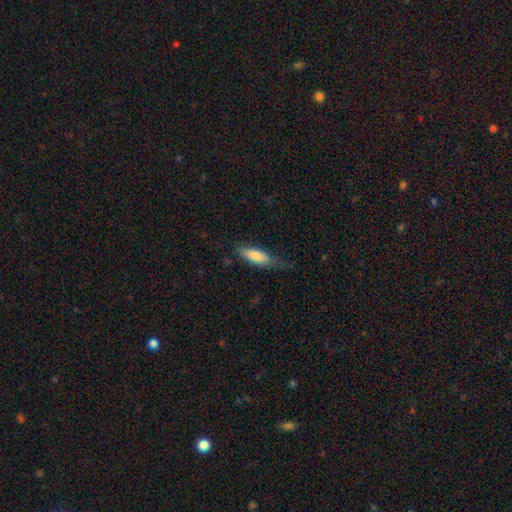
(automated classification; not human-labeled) Smooth or featured? smooth (78%)
How rounded? in between (56%)
Merging? none (65%)